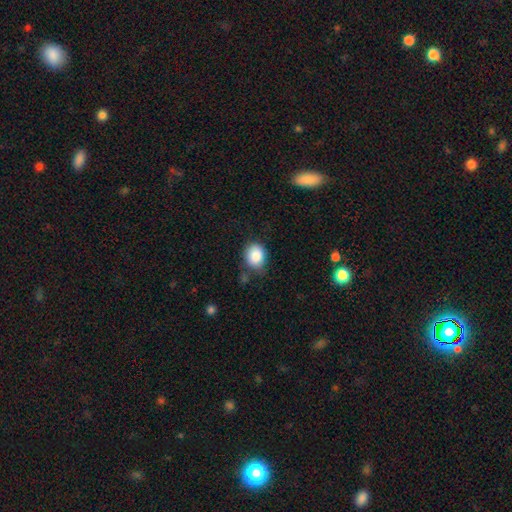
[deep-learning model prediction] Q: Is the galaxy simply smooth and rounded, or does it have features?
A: smooth — 87%.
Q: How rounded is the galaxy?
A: round — 52%.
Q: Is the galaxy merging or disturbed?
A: none — 67%.